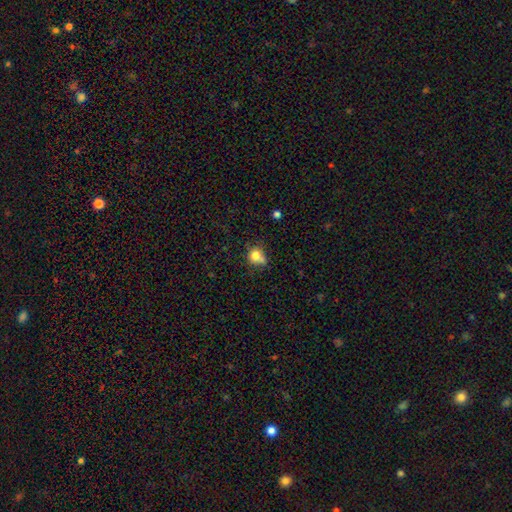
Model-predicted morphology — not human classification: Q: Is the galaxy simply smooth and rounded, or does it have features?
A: smooth — 78%.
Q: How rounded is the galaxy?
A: round — 81%.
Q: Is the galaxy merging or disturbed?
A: none — 51%.